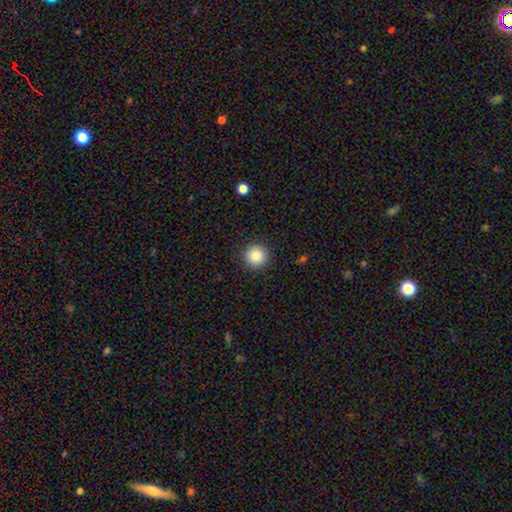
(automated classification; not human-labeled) smooth-or-featured: smooth: 87% | star or artifact: 9% | featured or disk: 3%
  how-rounded: round: 96% | in between: 3% | cigar-shaped: 1%
  merging: none: 91% | minor disturbance: 5% | major disturbance: 2% | merger: 1%